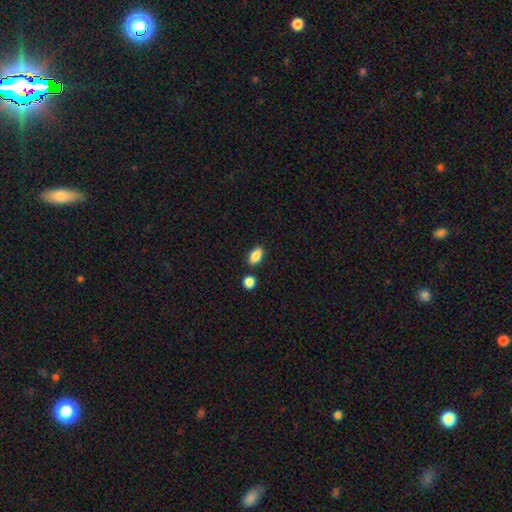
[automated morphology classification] Smooth or featured? smooth (87%)
How rounded? in between (89%)
Merging? none (83%)